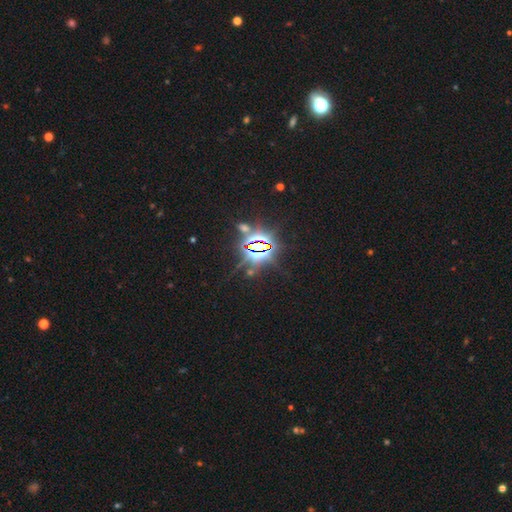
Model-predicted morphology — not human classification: Smooth or featured? Predicted: star or artifact (p=0.85).